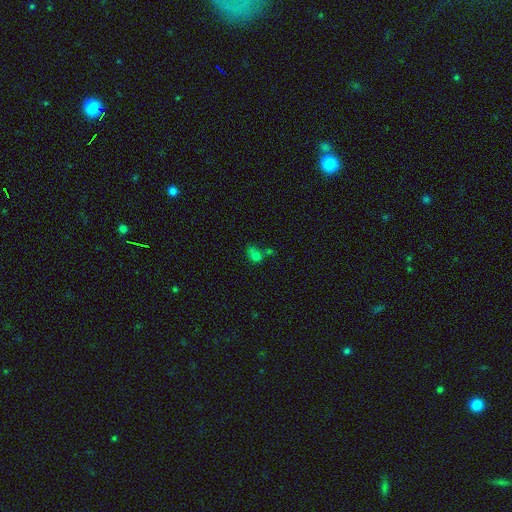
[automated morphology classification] smooth 69%, star or artifact 18%, featured or disk 13%. Down the decision tree: how rounded — in between (64%); merging — merger (37%).